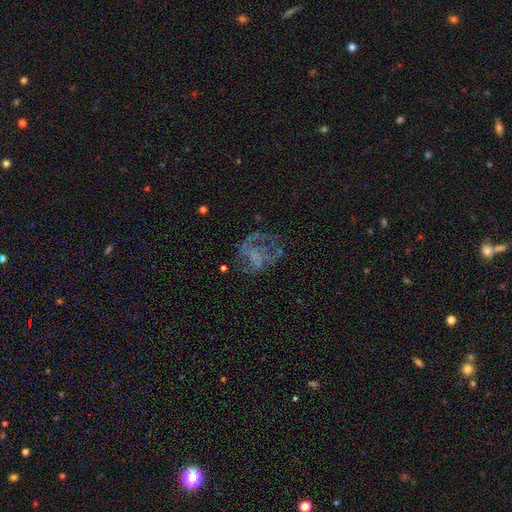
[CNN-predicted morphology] Smooth or featured? Predicted: featured or disk (p=0.64). Edge-on disk? Predicted: no (p=0.98). Bar? Predicted: no (p=0.70). Spiral arms? Predicted: yes (p=0.55). Bulge size? Predicted: none (p=0.70). Merging? Predicted: none (p=0.46).